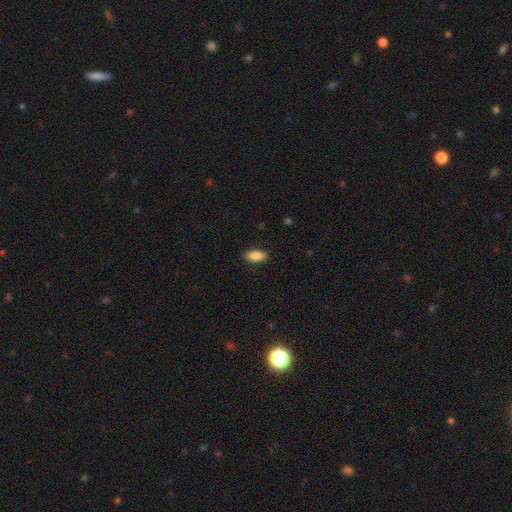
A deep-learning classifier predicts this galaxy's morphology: This appears to be a smooth galaxy with no disk features (87%) that is in between round and cigar-shaped (87%). Merging: none (89%).